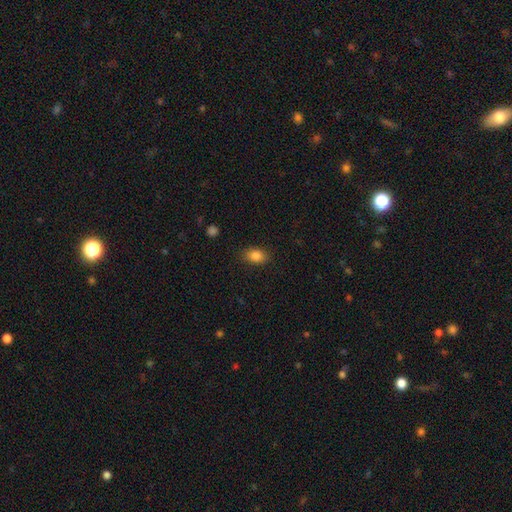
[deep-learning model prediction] Smooth or featured? smooth (85%)
How rounded? in between (82%)
Merging? none (86%)